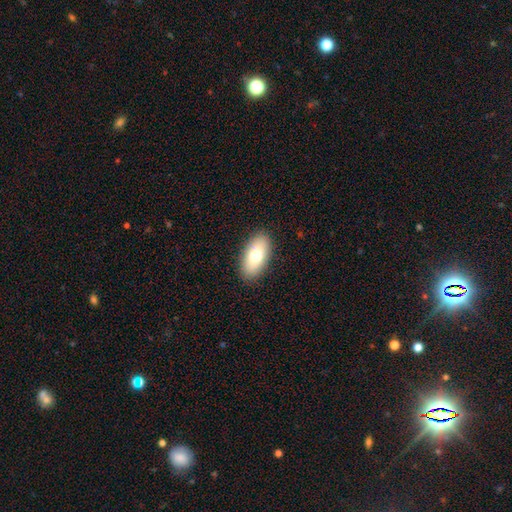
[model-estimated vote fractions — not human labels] This is likely a smooth galaxy (74%). How rounded: clearly in between (92%). Merging: clearly none (89%).